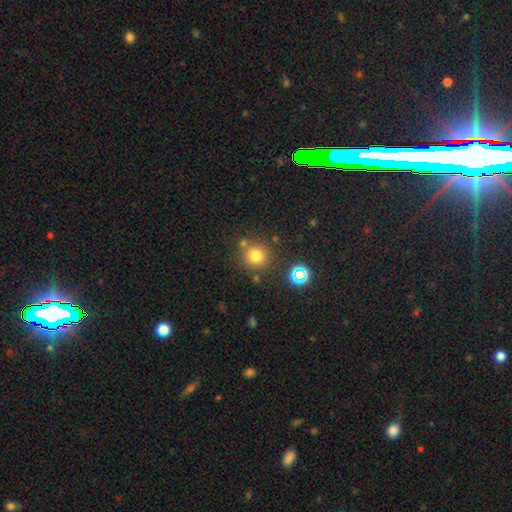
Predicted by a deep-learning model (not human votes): smooth-or-featured: smooth: 75% | star or artifact: 17% | featured or disk: 7%
  how-rounded: round: 93% | in between: 6% | cigar-shaped: 1%
  merging: none: 77% | merger: 10% | minor disturbance: 9% | major disturbance: 4%